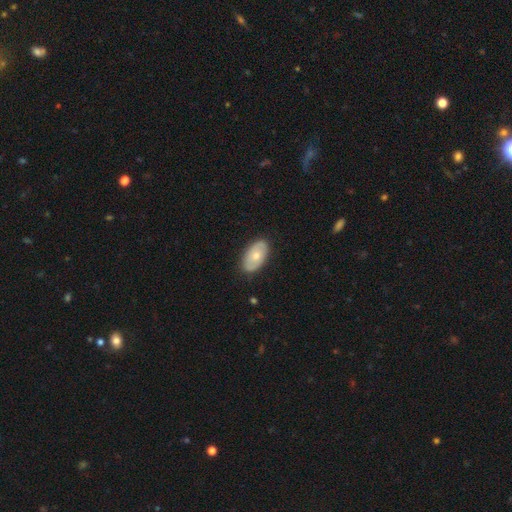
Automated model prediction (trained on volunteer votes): smooth_or_featured: smooth (p=0.57) [alt: featured or disk p=0.37]
how_rounded: in between (p=0.93) [alt: round p=0.06]
merging: none (p=0.84) [alt: minor disturbance p=0.12]